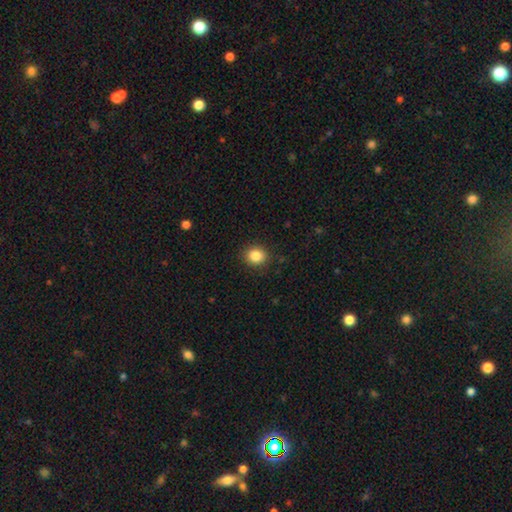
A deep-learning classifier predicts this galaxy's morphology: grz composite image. It shows a smooth galaxy with no disk features (85%) that is round (74%). Merging: none (89%).